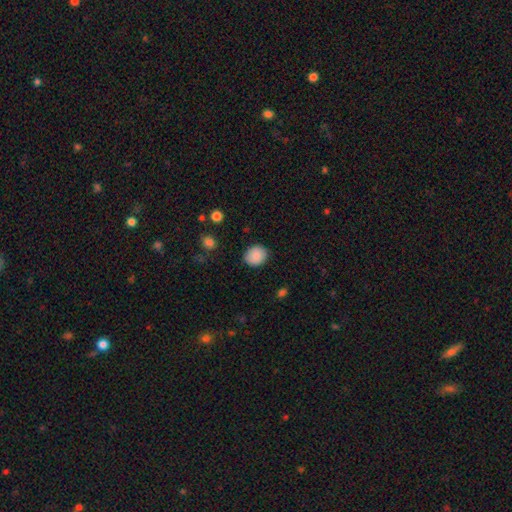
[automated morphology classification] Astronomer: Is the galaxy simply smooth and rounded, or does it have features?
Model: smooth — 87%.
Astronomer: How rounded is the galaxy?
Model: round — 69%.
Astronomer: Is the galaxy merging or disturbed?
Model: none — 86%.